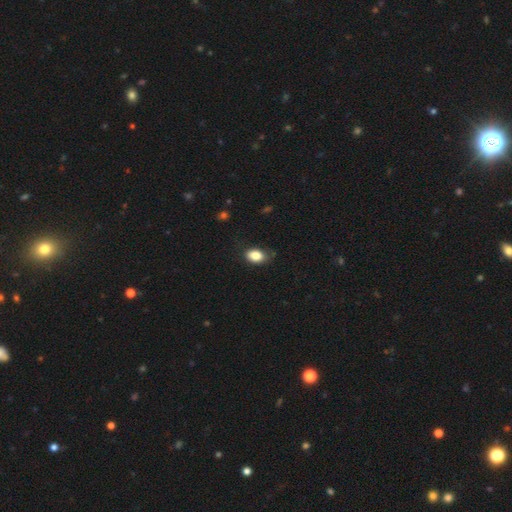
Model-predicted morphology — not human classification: smooth_or_featured: smooth (p=0.85) [alt: star or artifact p=0.08]
how_rounded: in between (p=0.84) [alt: round p=0.15]
merging: none (p=0.73) [alt: minor disturbance p=0.21]